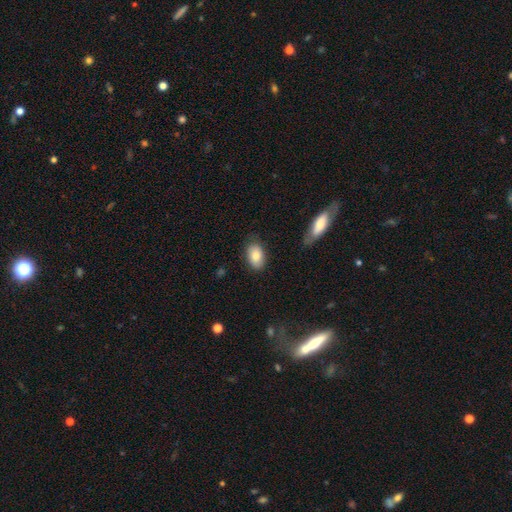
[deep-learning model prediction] Morphology: type=smooth (83%); roundness=in between (91%); merging=none (81%).